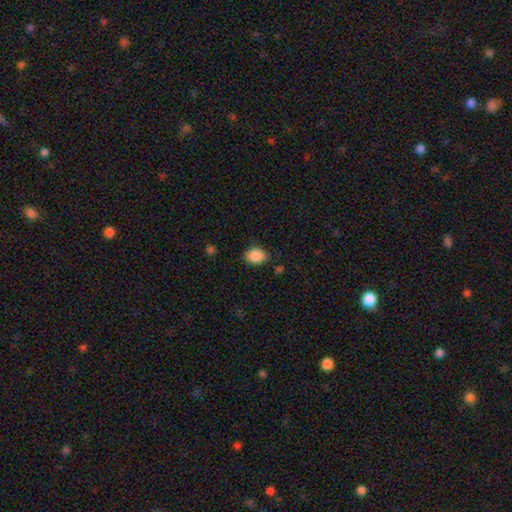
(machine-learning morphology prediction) A smooth galaxy with no disk features (88%) that is in between round and cigar-shaped (65%). Merging: none (82%).